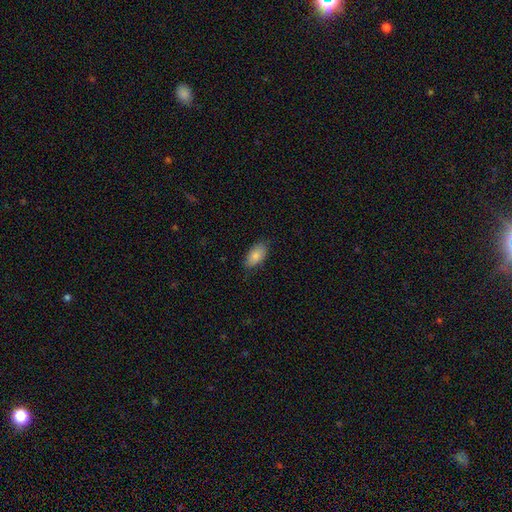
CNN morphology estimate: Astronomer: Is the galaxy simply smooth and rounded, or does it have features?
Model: smooth — 84%.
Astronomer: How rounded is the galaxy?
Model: in between — 94%.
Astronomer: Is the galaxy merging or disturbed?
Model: none — 80%.